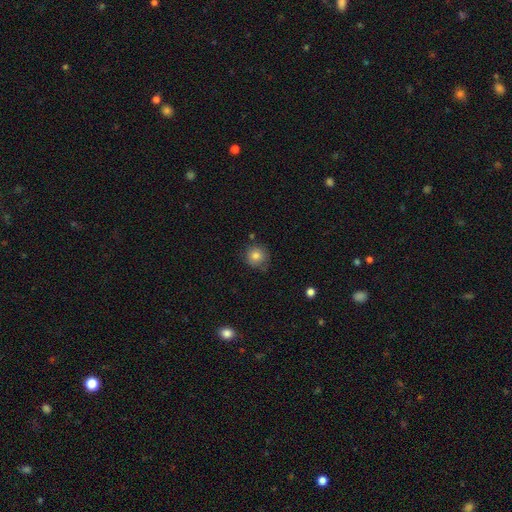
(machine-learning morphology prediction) Smooth or featured? smooth (81%)
How rounded? round (93%)
Merging? none (80%)